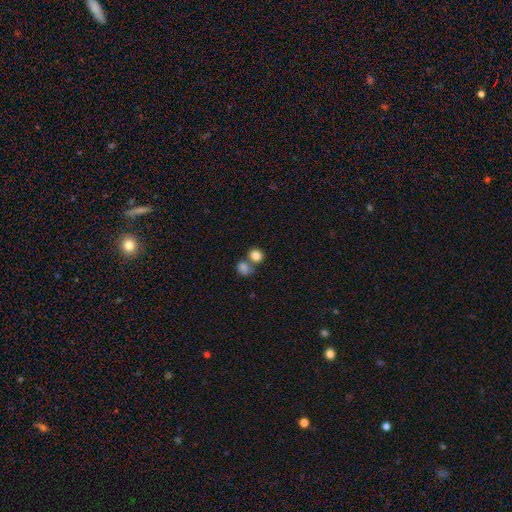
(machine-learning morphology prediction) Smooth or featured? smooth (82%)
How rounded? round (76%)
Merging? none (48%)